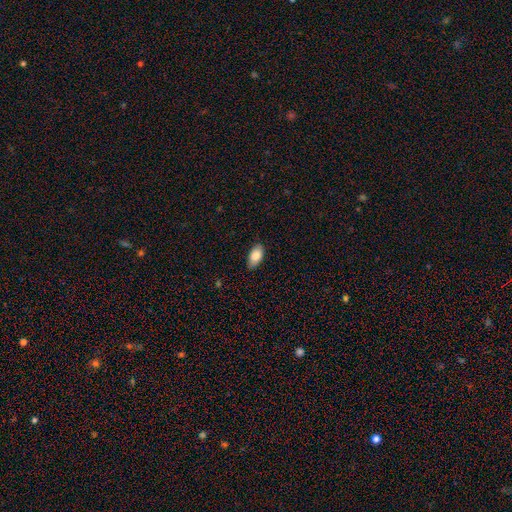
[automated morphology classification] Overall: smooth (84%). How rounded: in between (93%). Merging: none (86%).